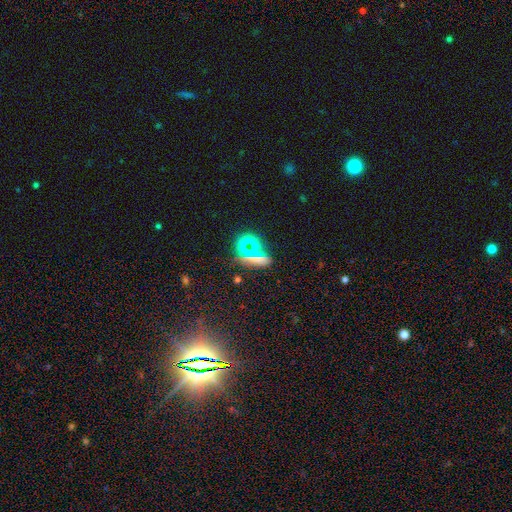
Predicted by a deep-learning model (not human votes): Overall: star or artifact (54%; smooth 35%).